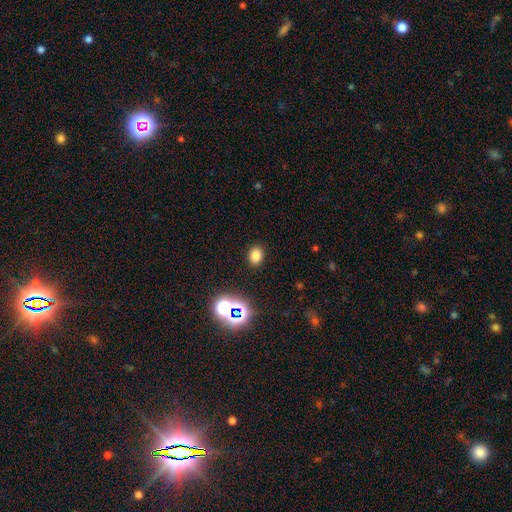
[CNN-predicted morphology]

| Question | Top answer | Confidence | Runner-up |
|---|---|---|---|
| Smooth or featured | smooth | 77% | star or artifact (17%) |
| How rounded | in between | 59% | round (40%) |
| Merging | none | 88% | minor disturbance (8%) |